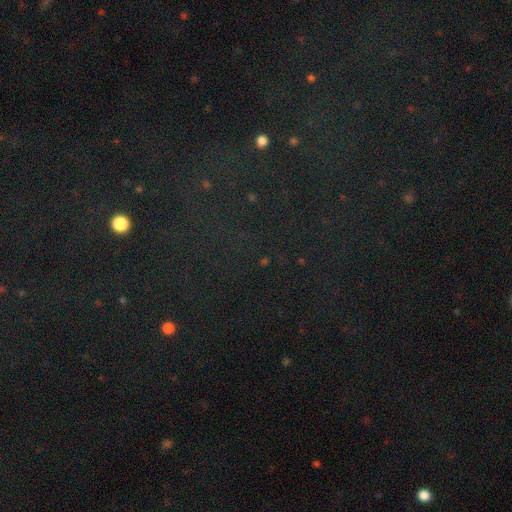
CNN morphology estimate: Q: Smooth or featured?
A: star or artifact (79%); runner-up: smooth (13%)